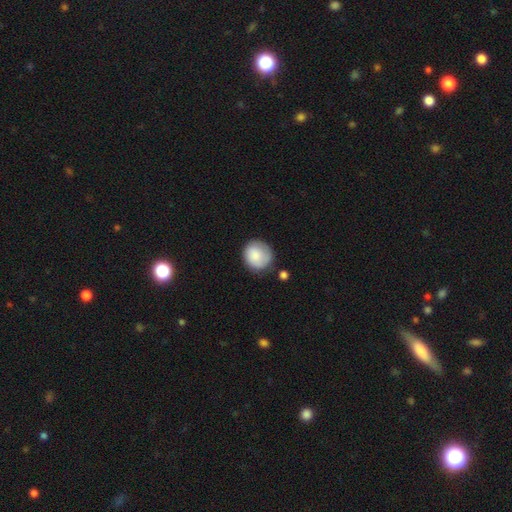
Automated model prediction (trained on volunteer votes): This is clearly a smooth galaxy (81%). How rounded: clearly round (85%). Merging: likely none (70%).